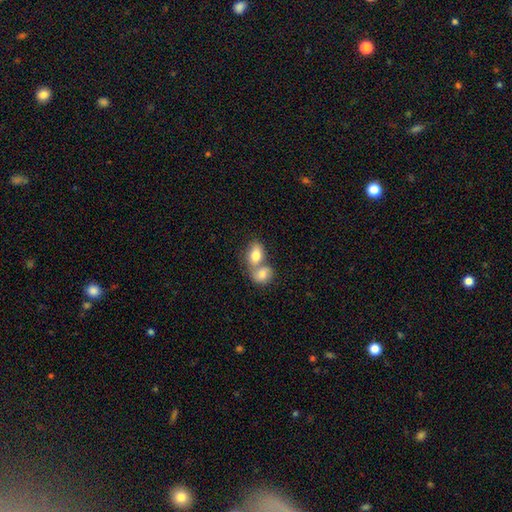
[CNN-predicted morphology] smooth 78%, featured or disk 15%, star or artifact 7%. Down the decision tree: how rounded — in between (75%); merging — merger (69%).